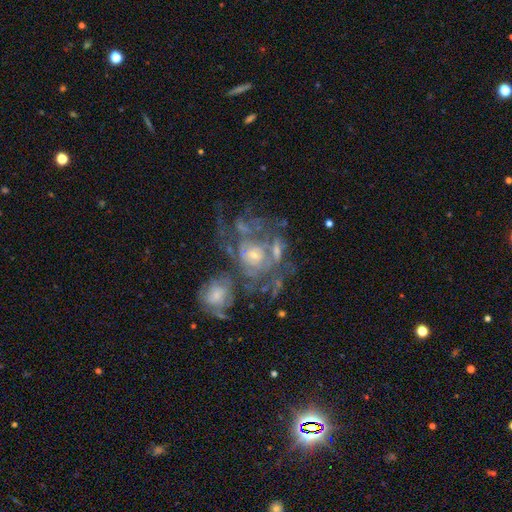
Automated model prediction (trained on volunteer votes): A featured or disk galaxy (77%) with no bar (79%), tight (53%) spiral arms (69%) and a small central bulge (55%). Merging: merger (46%).